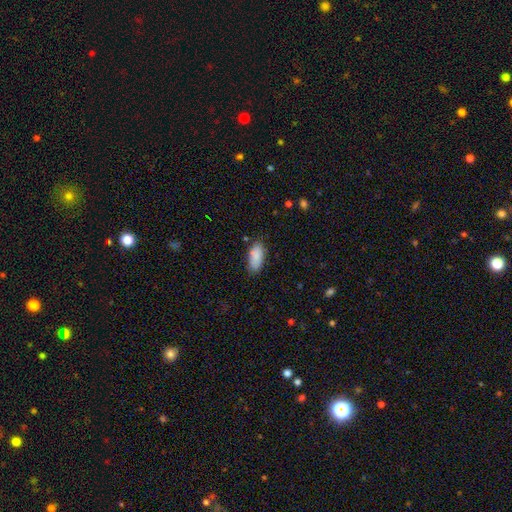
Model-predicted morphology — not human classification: Smooth or featured: smooth — 88% (star or artifact — 6%)
How rounded: in between — 89% (cigar-shaped — 9%)
Merging: none — 78% (minor disturbance — 16%)